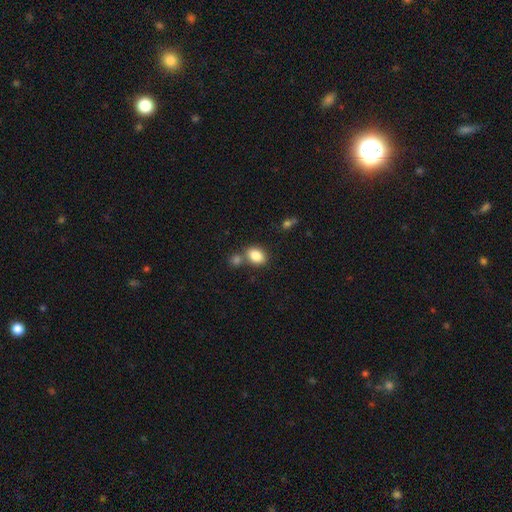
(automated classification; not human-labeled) Smooth or featured? Predicted: smooth (p=0.85). How rounded? Predicted: in between (p=0.77). Merging? Predicted: none (p=0.59).